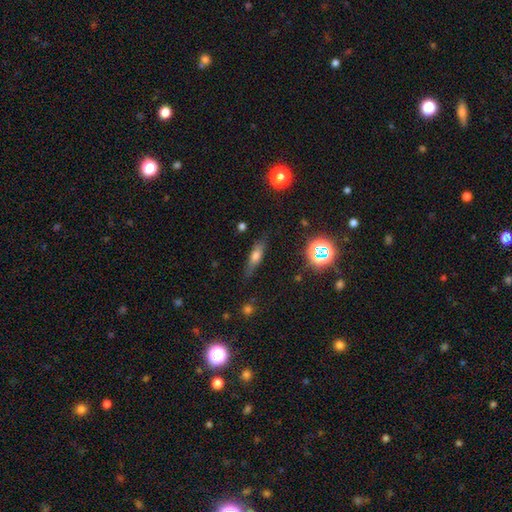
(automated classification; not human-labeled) This is possibly a smooth galaxy (57%). How rounded: possibly cigar-shaped (57%). Merging: likely none (77%).